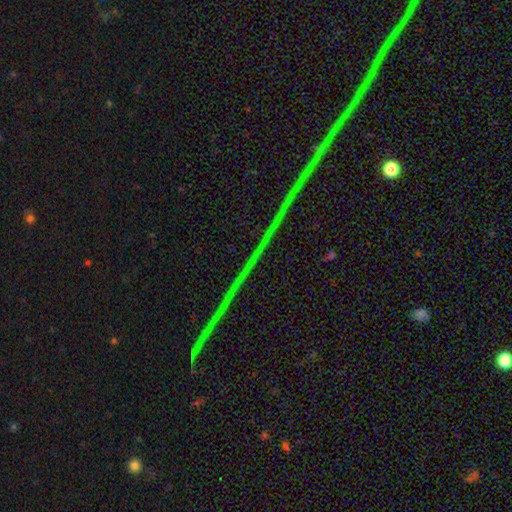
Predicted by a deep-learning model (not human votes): A star or artifact, not a galaxy (80%).